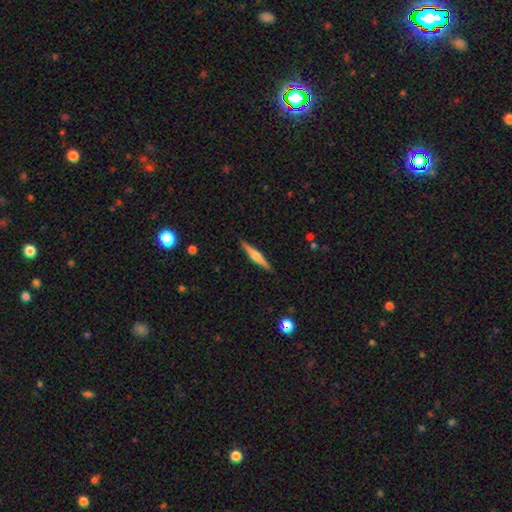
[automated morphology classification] This is likely a featured or disk galaxy (67%). It is clearly viewed edge-on (98%). Edge-on bulge: clearly rounded (85%). Merging: clearly none (91%).